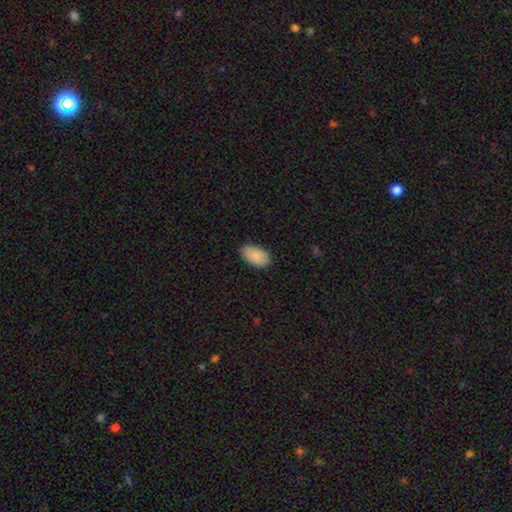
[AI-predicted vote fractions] A smooth galaxy with no disk features (88%) that is in between round and cigar-shaped (95%).

Vote fractions:
- Smooth or featured? smooth: 88% / star or artifact: 7% / featured or disk: 5%
- How rounded? in between: 95% / round: 4% / cigar-shaped: 1%
- Merging? none: 87% / minor disturbance: 10% / major disturbance: 2% / merger: 1%